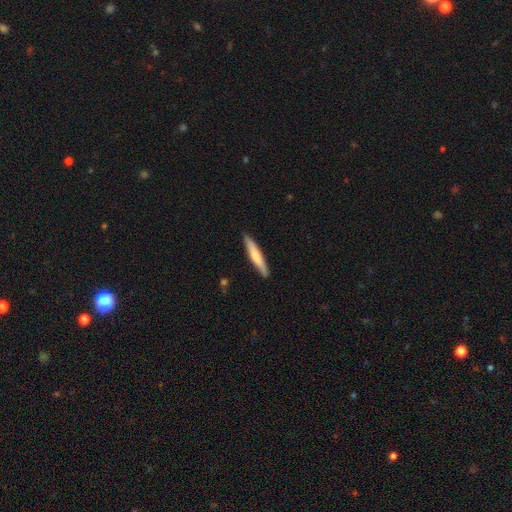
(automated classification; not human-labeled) This is likely a smooth galaxy (62%). How rounded: clearly cigar-shaped (92%). Merging: clearly none (89%).